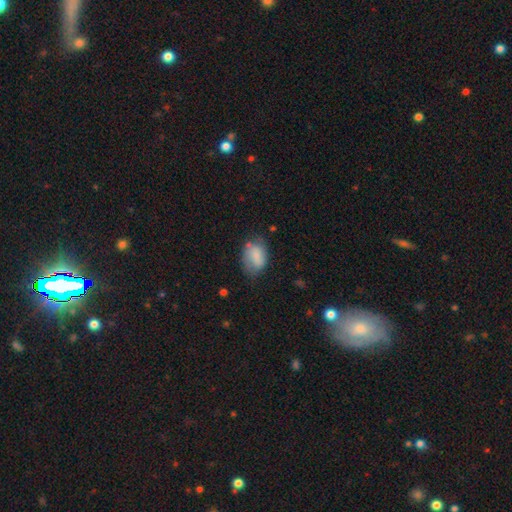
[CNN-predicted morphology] type=smooth (77%); roundness=in between (83%); merging=none (52%).